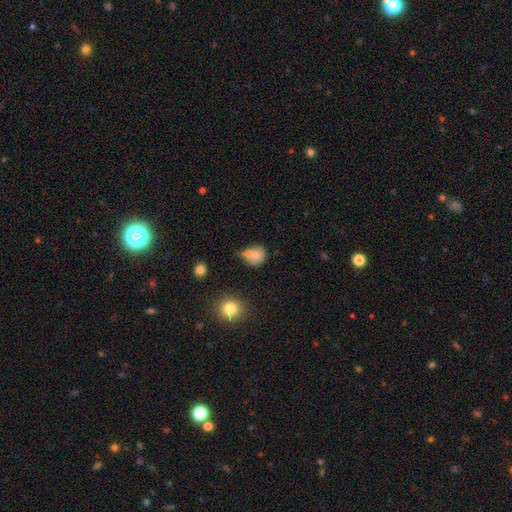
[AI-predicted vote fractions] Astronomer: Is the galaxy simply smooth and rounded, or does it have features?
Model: smooth — 71%.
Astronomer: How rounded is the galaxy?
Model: round — 50% (runner-up: in between, 48%).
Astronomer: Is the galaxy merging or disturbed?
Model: merger — 38% (runner-up: none, 32%).